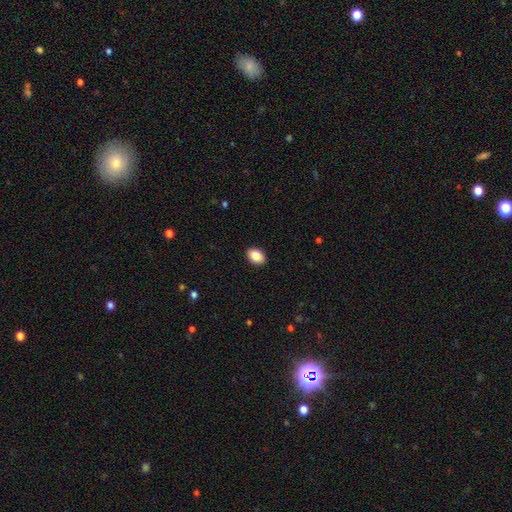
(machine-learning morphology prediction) Smooth or featured: smooth — 87% (star or artifact — 8%)
How rounded: in between — 80% (round — 19%)
Merging: none — 91% (minor disturbance — 7%)